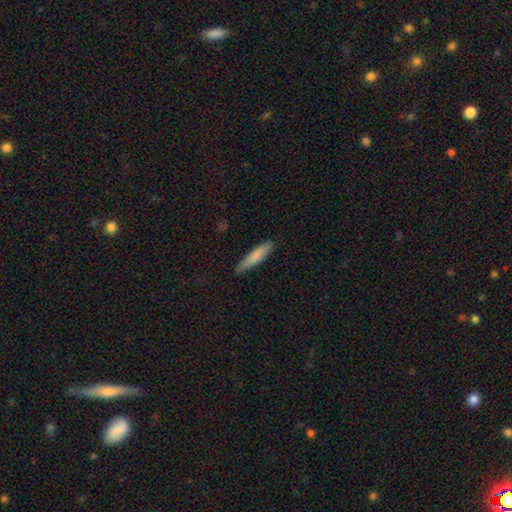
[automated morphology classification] A smooth galaxy with no disk features (80%) that is cigar-shaped (83%). Merging: none (84%).